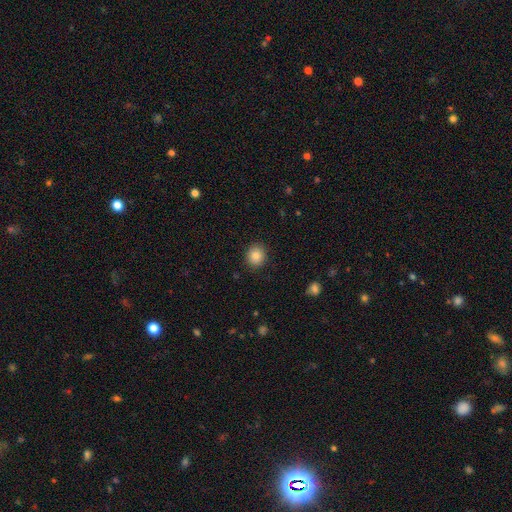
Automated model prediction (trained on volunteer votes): Smooth or featured: smooth — 85% (star or artifact — 10%)
How rounded: round — 80% (in between — 19%)
Merging: none — 89% (minor disturbance — 7%)